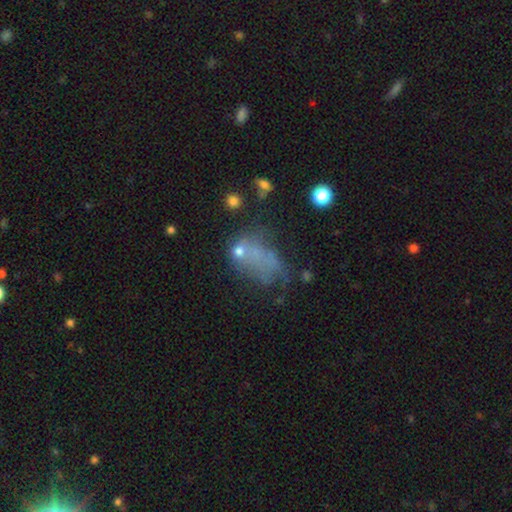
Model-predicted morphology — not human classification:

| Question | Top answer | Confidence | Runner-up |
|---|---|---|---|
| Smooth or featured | smooth | 44% | featured or disk (31%) |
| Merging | major disturbance | 34% | none (32%) |